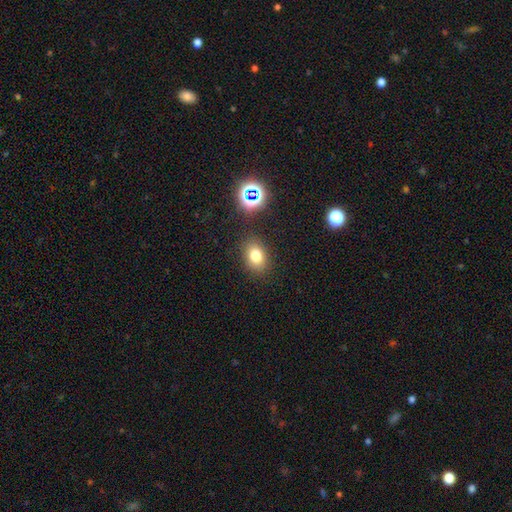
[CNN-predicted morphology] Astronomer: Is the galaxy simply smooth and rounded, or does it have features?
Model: smooth — 76%.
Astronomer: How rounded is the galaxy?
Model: in between — 65%.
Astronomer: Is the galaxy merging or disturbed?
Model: none — 84%.